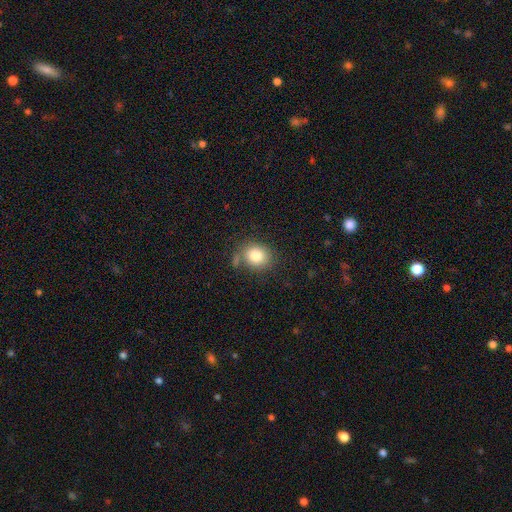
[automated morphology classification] A smooth galaxy with no disk features (81%) that is round (67%). Merging: none (73%).